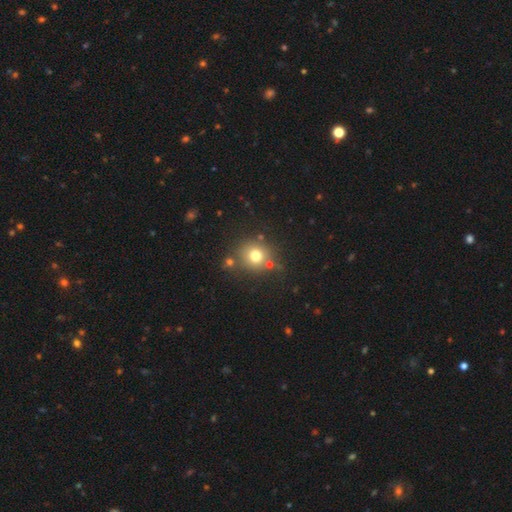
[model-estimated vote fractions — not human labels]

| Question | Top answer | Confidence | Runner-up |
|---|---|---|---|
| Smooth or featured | smooth | 74% | star or artifact (15%) |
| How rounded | round | 89% | in between (10%) |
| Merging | none | 76% | minor disturbance (10%) |